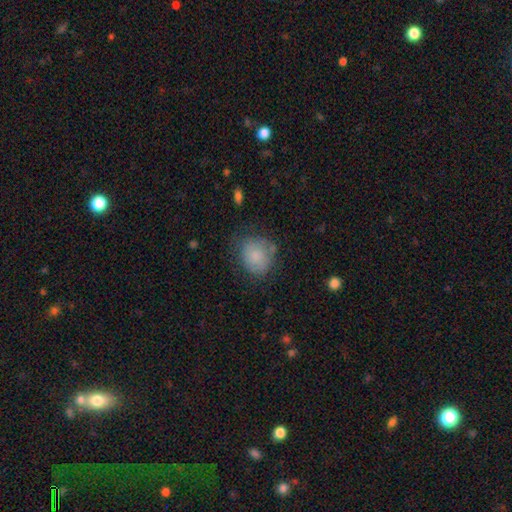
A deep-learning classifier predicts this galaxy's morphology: The model was most divided on "merging": none: 62%, minor disturbance: 26%, major disturbance: 10%, merger: 3%. More confident: smooth or featured — smooth (79%); how rounded — round (69%).